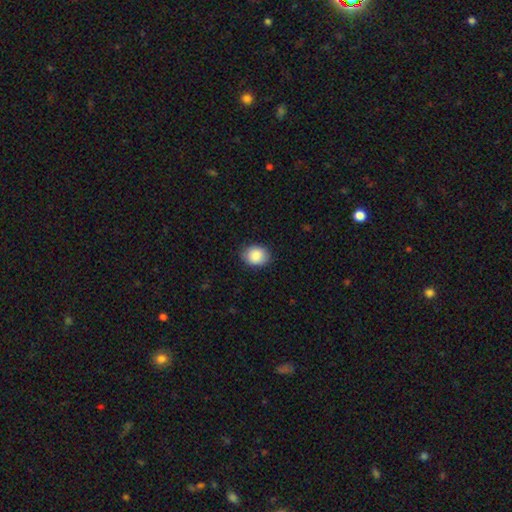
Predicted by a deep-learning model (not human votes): Overall: smooth (89%). How rounded: round (50%; in between 49%). Merging: none (83%).